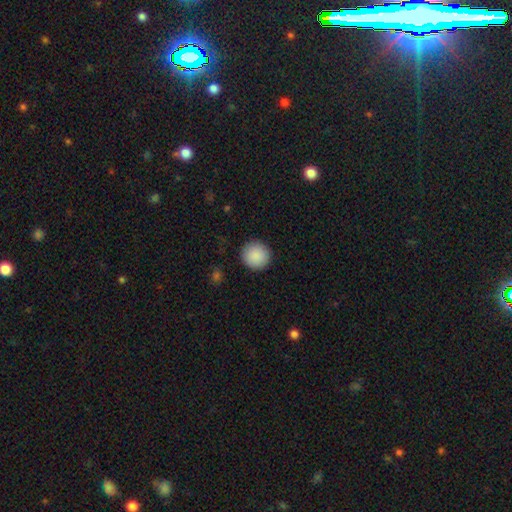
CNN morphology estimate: Smooth or featured? smooth (90%)
How rounded? round (95%)
Merging? none (92%)